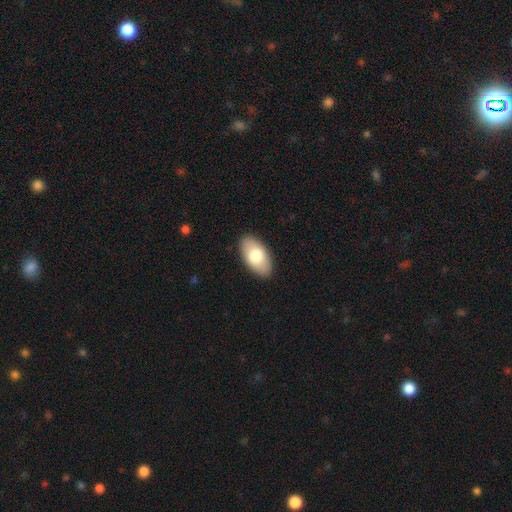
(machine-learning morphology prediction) Smooth or featured: smooth — 76% (featured or disk — 18%)
How rounded: in between — 95% (round — 3%)
Merging: none — 89% (minor disturbance — 8%)